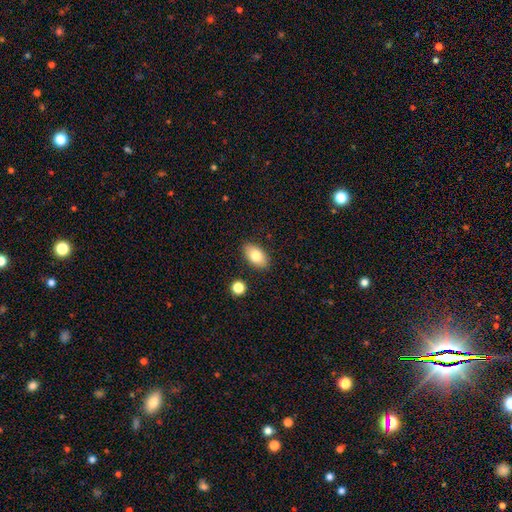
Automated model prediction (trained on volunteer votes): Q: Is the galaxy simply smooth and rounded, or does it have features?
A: smooth — 80%.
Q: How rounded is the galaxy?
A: in between — 92%.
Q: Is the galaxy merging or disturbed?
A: none — 87%.